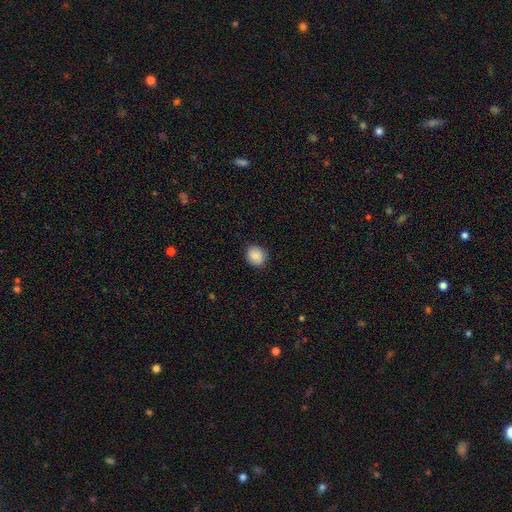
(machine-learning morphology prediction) smooth-or-featured: smooth: 88% | star or artifact: 8% | featured or disk: 4%
  how-rounded: round: 71% | in between: 29% | cigar-shaped: 1%
  merging: none: 88% | minor disturbance: 9% | major disturbance: 2% | merger: 1%